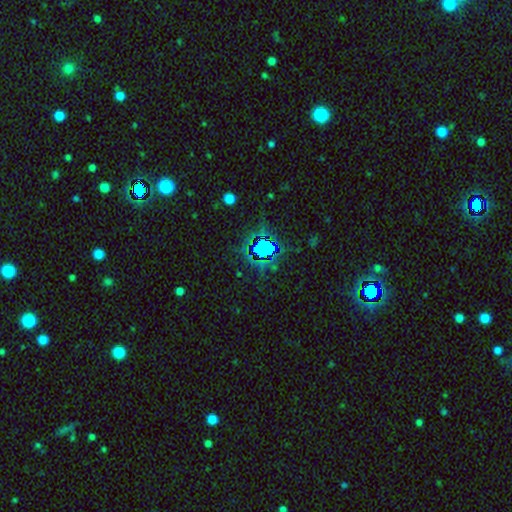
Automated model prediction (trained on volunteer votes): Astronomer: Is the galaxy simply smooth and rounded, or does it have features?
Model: star or artifact — 69%.